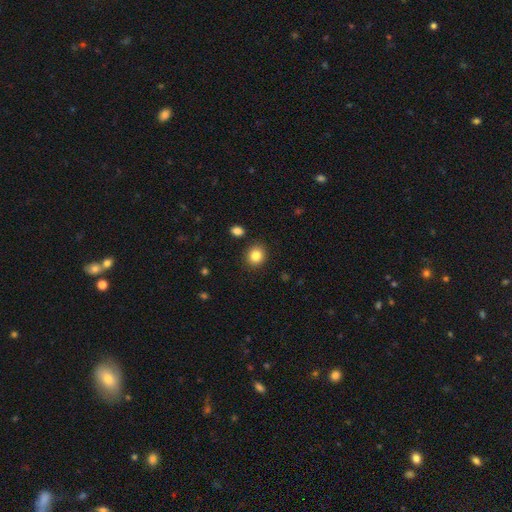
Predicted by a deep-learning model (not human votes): smooth_or_featured: smooth (p=0.85) [alt: star or artifact p=0.10]
how_rounded: round (p=0.77) [alt: in between p=0.22]
merging: none (p=0.88) [alt: minor disturbance p=0.07]